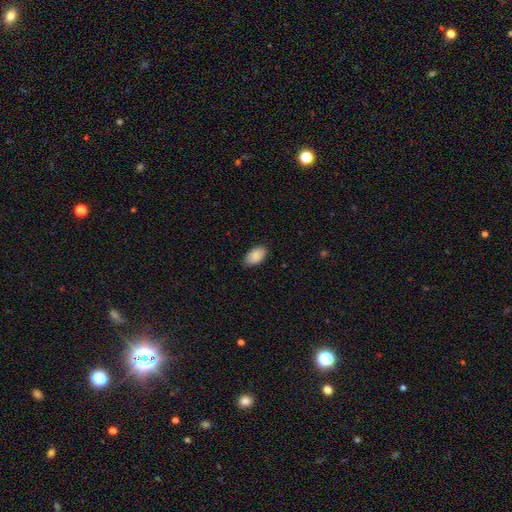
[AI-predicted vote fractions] This is clearly a smooth galaxy (86%). How rounded: clearly in between (95%). Merging: clearly none (83%).